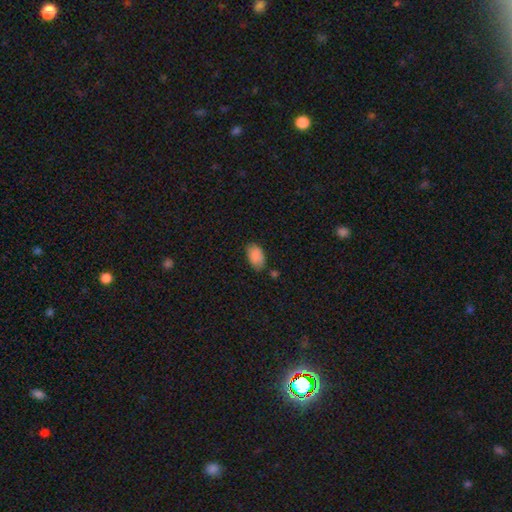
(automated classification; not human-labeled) Smooth or featured? smooth (88%)
How rounded? in between (91%)
Merging? none (69%)